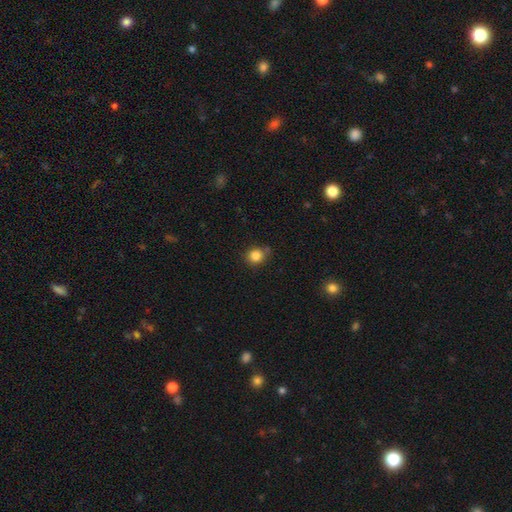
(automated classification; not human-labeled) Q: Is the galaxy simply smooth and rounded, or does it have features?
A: smooth — 84%.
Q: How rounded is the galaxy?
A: round — 82%.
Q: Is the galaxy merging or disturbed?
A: none — 75%.